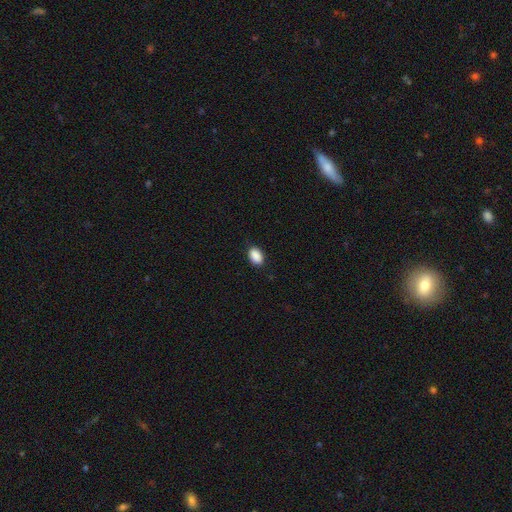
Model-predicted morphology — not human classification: smooth_or_featured: smooth (p=0.90) [alt: star or artifact p=0.07]
how_rounded: in between (p=0.88) [alt: round p=0.11]
merging: none (p=0.86) [alt: minor disturbance p=0.11]